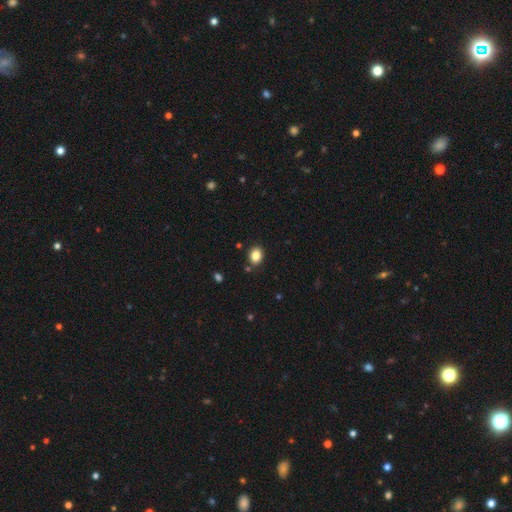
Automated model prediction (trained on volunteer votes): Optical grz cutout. It shows a smooth galaxy with no disk features (85%) that is in between round and cigar-shaped (54%). Merging: none (85%).